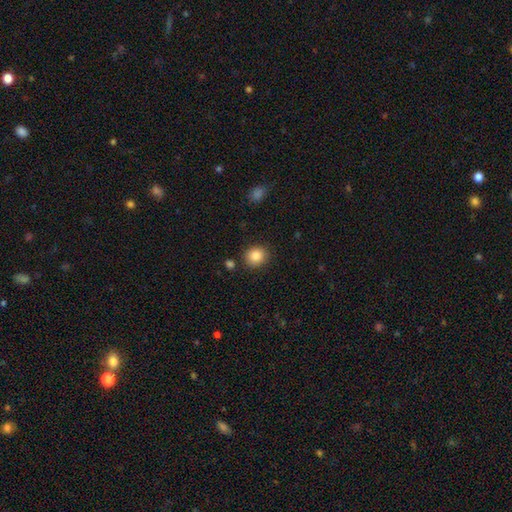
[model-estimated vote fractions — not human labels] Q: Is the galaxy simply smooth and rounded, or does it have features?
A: smooth — 85%.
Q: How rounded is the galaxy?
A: round — 78%.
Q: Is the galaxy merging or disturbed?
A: none — 86%.